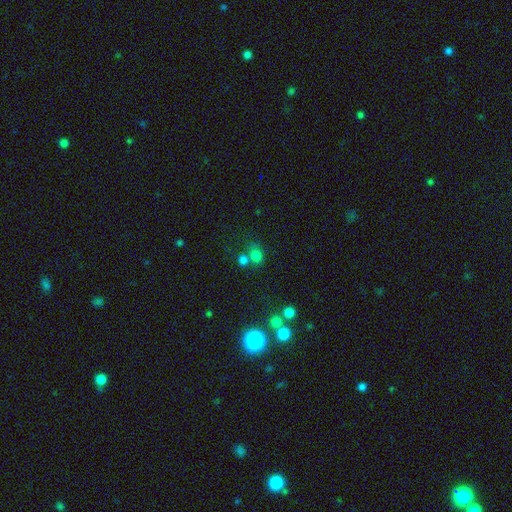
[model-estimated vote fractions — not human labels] This is likely a smooth galaxy (73%). How rounded: likely round (69%). Merging: possibly none (49%).